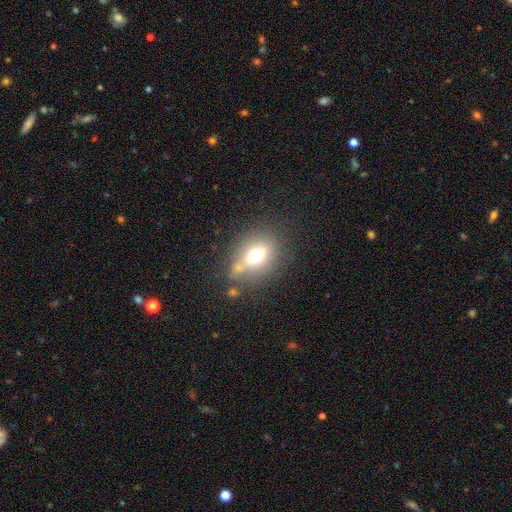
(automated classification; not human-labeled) Smooth or featured? Predicted: smooth (p=0.58). How rounded? Predicted: in between (p=0.55). Merging? Predicted: none (p=0.64).